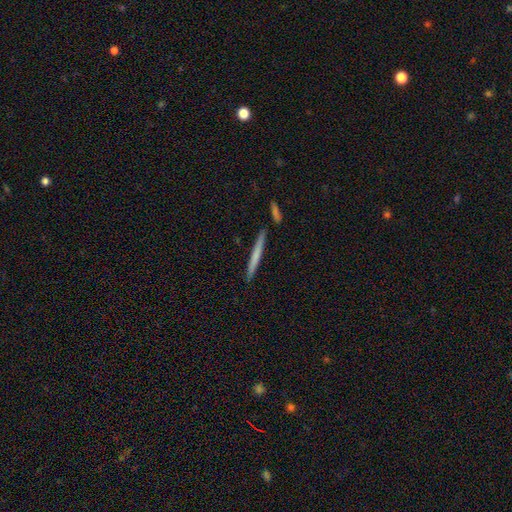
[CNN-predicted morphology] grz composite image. It shows a smooth galaxy with no disk features (60%) that is cigar-shaped (97%). Merging: none (86%).